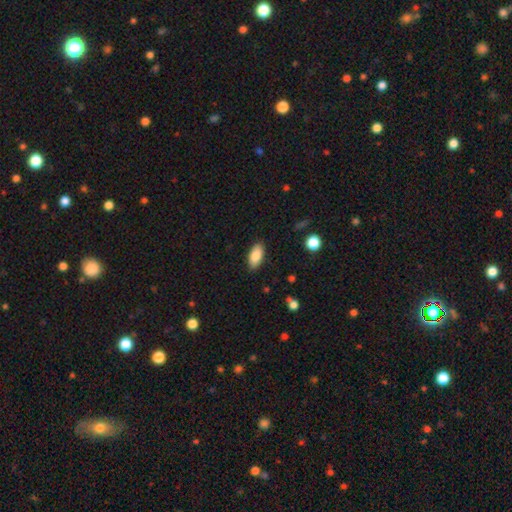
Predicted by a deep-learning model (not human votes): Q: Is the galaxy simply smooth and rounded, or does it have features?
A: smooth — 85%.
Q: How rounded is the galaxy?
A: in between — 90%.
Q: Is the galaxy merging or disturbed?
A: none — 88%.